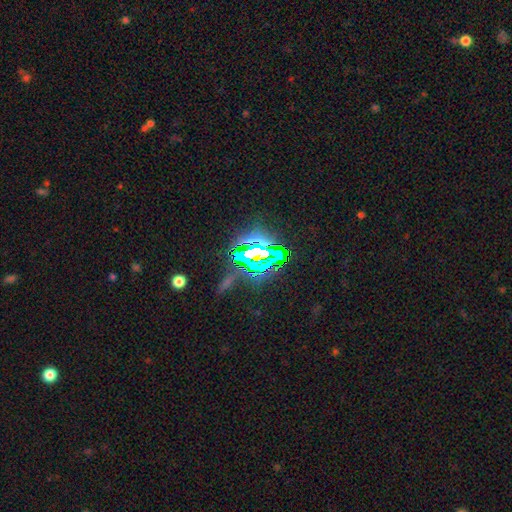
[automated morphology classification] Smooth or featured: star or artifact — 78% (featured or disk — 11%)